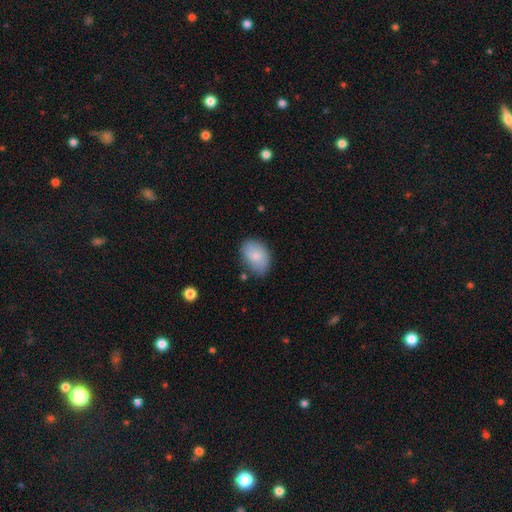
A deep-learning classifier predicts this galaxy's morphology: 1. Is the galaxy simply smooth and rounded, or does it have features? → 80% smooth, 13% featured or disk, 7% star or artifact.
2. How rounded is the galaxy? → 82% in between, 17% round, 1% cigar-shaped.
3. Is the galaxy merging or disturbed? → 69% none, 23% minor disturbance, 5% major disturbance, 3% merger.